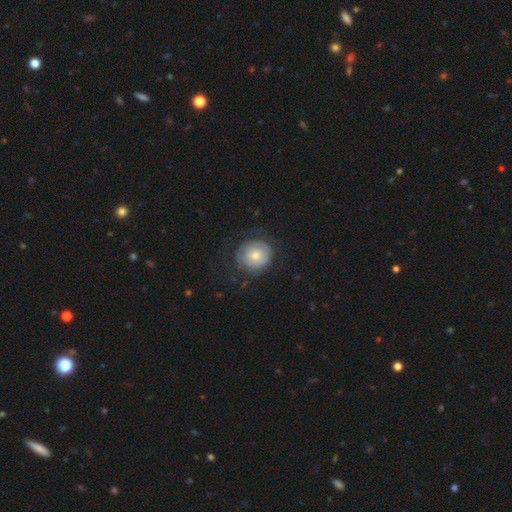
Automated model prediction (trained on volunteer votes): A smooth galaxy with no disk features (60%) that is round (89%). Merging: none (69%).